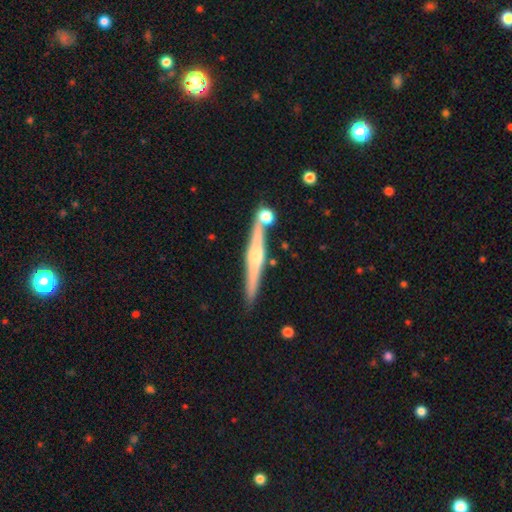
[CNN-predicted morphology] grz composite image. It shows a featured or disk galaxy (73%) viewed edge-on (98%) with a rounded central bulge (81%). Merging: none (81%).